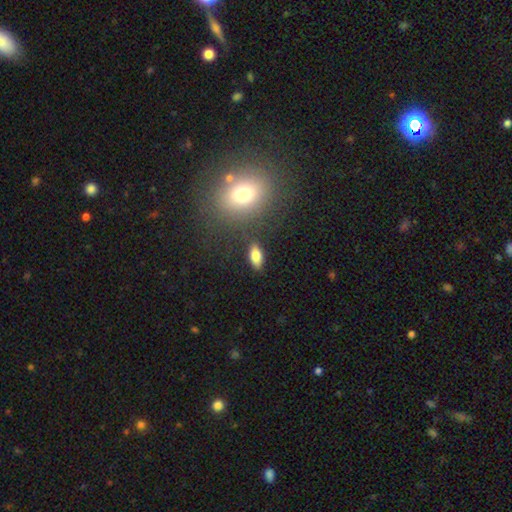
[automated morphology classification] Smooth or featured?
  - smooth: 79% *
  - featured or disk: 12%
  - star or artifact: 8%
How rounded?
  - in between: 84% *
  - cigar-shaped: 11%
  - round: 5%
Merging?
  - none: 83% *
  - minor disturbance: 10%
  - merger: 3%
  - major disturbance: 3%